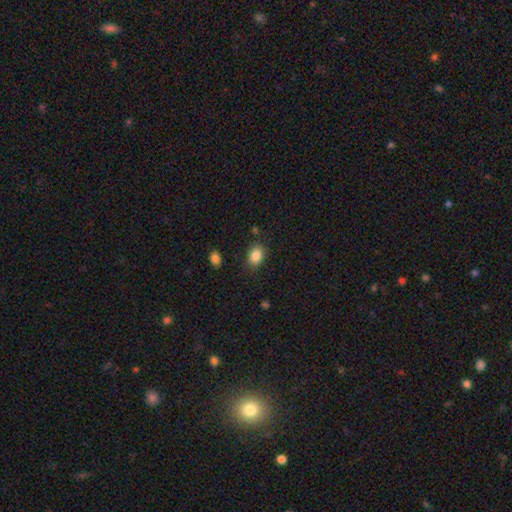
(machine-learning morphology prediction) Smooth or featured? smooth (86%)
How rounded? in between (68%)
Merging? none (81%)